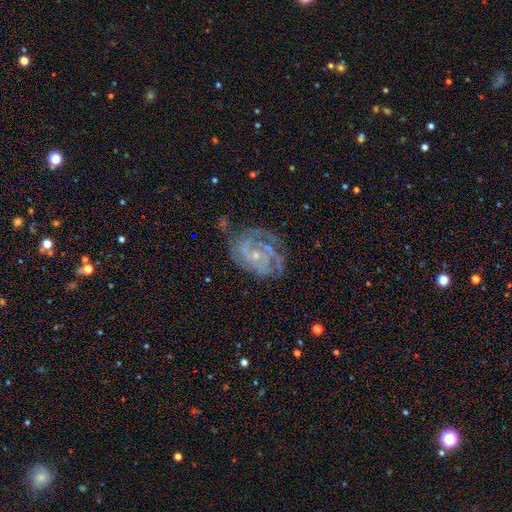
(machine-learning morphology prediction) Smooth or featured? Predicted: featured or disk (p=0.84). Edge-on disk? Predicted: no (p=0.97). Bar? Predicted: no (p=0.63). Spiral arms? Predicted: yes (p=0.95). Spiral winding? Predicted: tight (p=0.63). Spiral arm count? Predicted: can't tell (p=0.26). Bulge size? Predicted: small (p=0.76). Merging? Predicted: none (p=0.63).